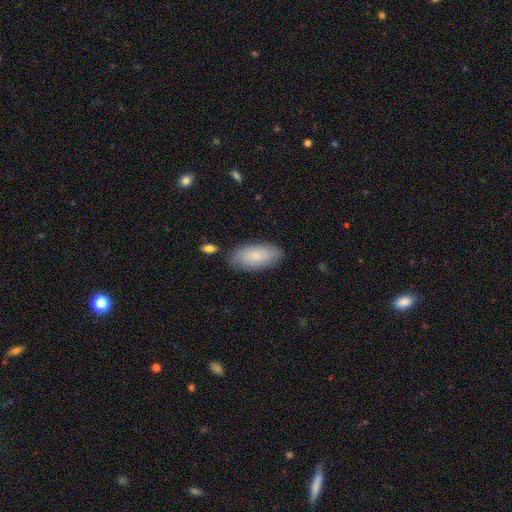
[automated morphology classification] smooth 77%, featured or disk 17%, star or artifact 6%. Down the decision tree: how rounded — in between (92%); merging — none (82%).